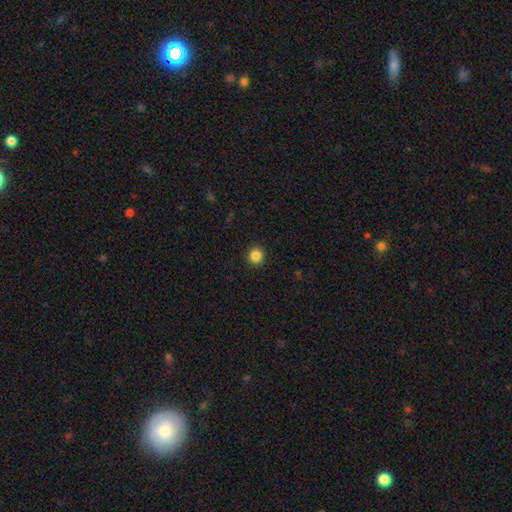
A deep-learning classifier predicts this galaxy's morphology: Overall: smooth (86%). How rounded: round (91%). Merging: none (92%).